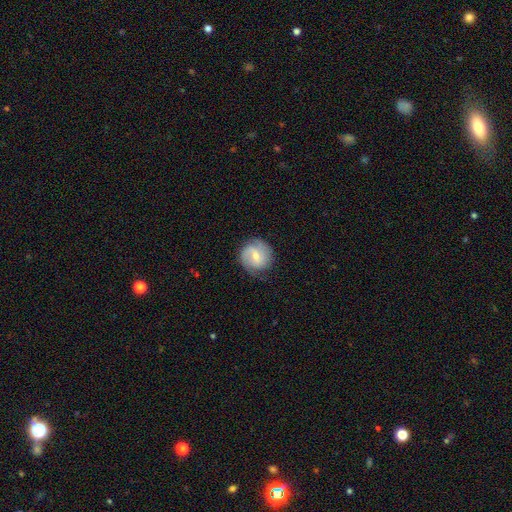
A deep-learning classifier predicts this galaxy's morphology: Smooth or featured? Predicted: featured or disk (p=0.58). Edge-on disk? Predicted: no (p=0.97). Bar? Predicted: weak (p=0.59). Spiral arms? Predicted: yes (p=0.86). Bulge size? Predicted: small (p=0.51). Merging? Predicted: none (p=0.76).